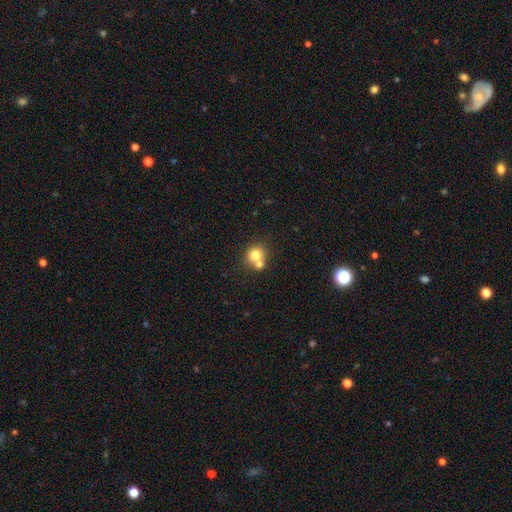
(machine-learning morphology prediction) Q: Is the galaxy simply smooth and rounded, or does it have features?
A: smooth — 76%.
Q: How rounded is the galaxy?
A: round — 83%.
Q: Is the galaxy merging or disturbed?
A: merger — 46%.